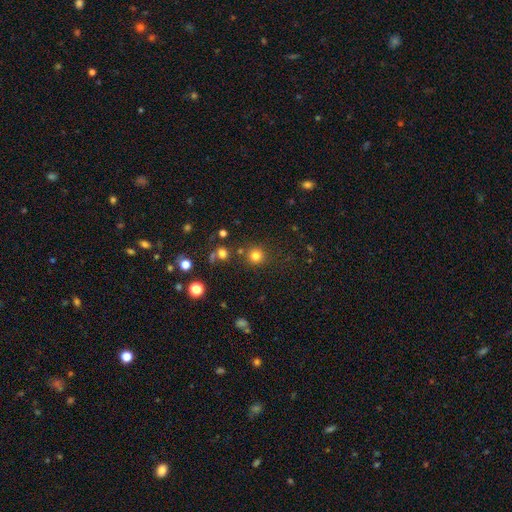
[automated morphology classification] A smooth galaxy with no disk features (78%) that is round (93%).

Vote fractions:
- Smooth or featured? smooth: 78% / star or artifact: 16% / featured or disk: 6%
- How rounded? round: 93% / in between: 6% / cigar-shaped: 1%
- Merging? none: 81% / minor disturbance: 8% / merger: 7% / major disturbance: 4%